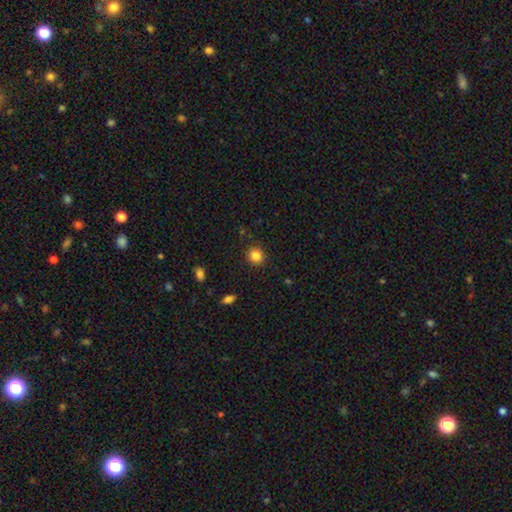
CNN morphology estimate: The model was most divided on "how rounded": round: 84%, in between: 15%, cigar-shaped: 1%. More confident: merging — none (90%); smooth or featured — smooth (84%).